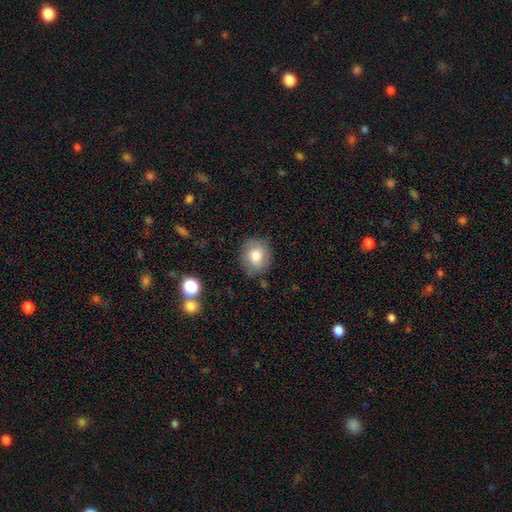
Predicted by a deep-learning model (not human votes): The model was most divided on "how rounded": round: 70%, in between: 29%, cigar-shaped: 1%. More confident: merging — none (79%); smooth or featured — smooth (76%).